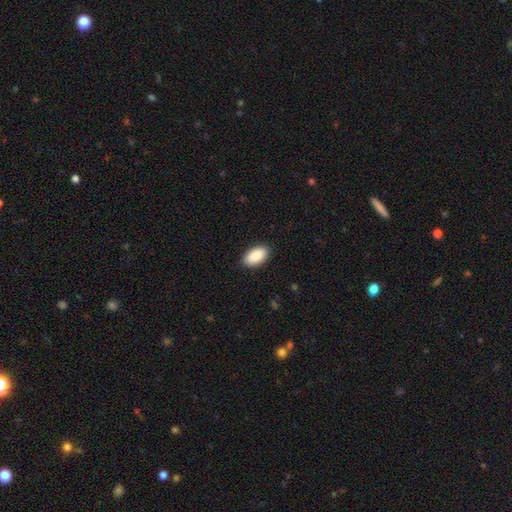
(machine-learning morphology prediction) A smooth galaxy with no disk features (91%) that is in between round and cigar-shaped (95%). Merging: none (89%).